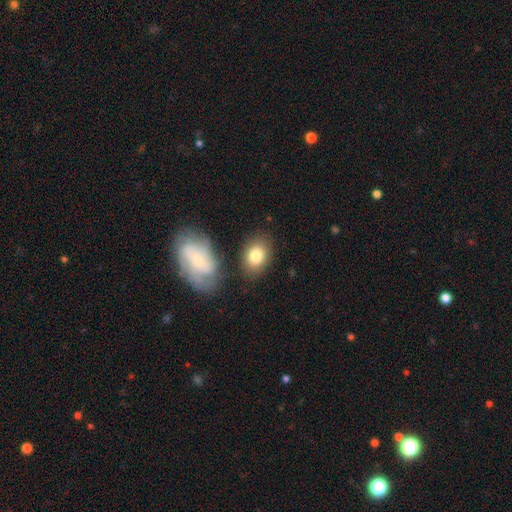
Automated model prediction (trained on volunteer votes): Smooth or featured? Predicted: smooth (p=0.80). How rounded? Predicted: in between (p=0.69). Merging? Predicted: none (p=0.75).